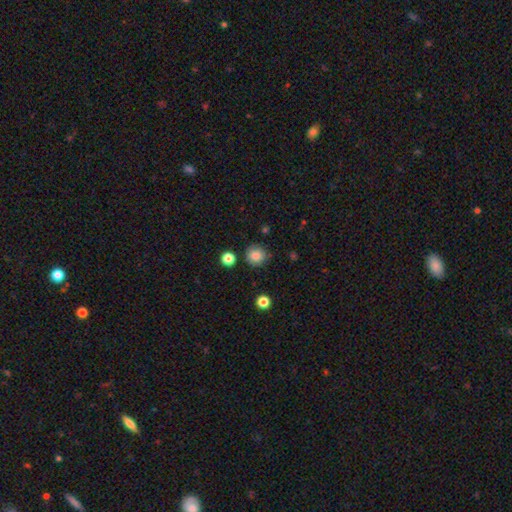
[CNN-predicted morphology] type=smooth (84%); roundness=round (92%); merging=none (82%).